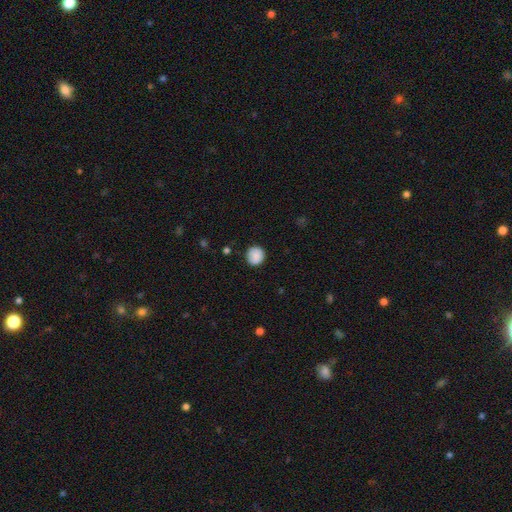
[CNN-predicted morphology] Smooth or featured? smooth (88%)
How rounded? round (90%)
Merging? none (87%)